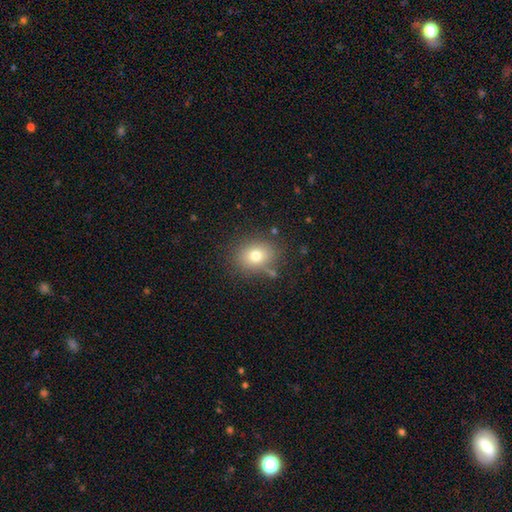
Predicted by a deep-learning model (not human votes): Q: Smooth or featured?
A: smooth (75%); runner-up: star or artifact (14%)
Q: How rounded?
A: round (57%); runner-up: in between (42%)
Q: Merging?
A: none (77%); runner-up: minor disturbance (13%)